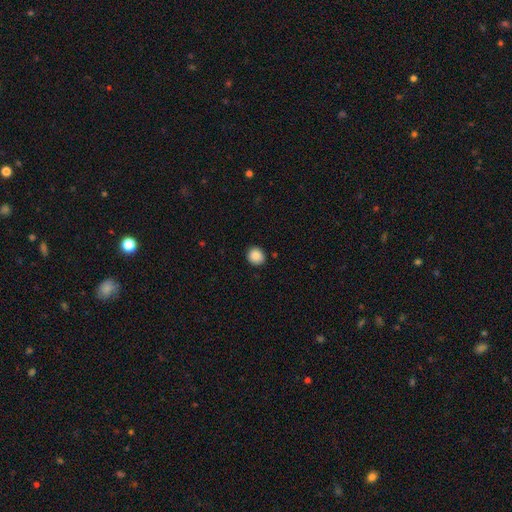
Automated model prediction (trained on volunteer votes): This appears to be a smooth galaxy with no disk features (88%) that is round (82%). Merging: none (90%).